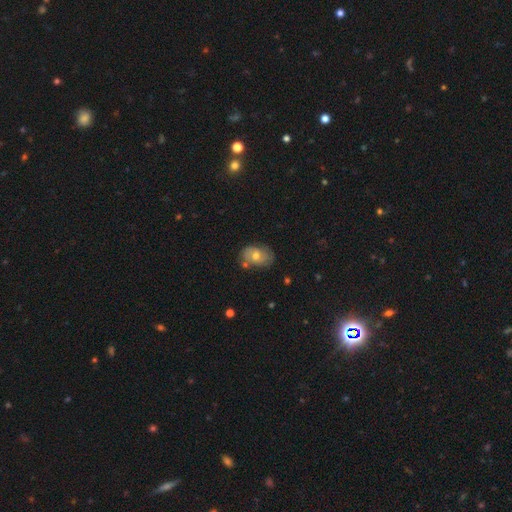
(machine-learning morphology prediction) Smooth or featured?
  - smooth: 47% *
  - featured or disk: 44%
  - star or artifact: 9%
Merging?
  - none: 65% *
  - minor disturbance: 22%
  - merger: 7%
  - major disturbance: 6%